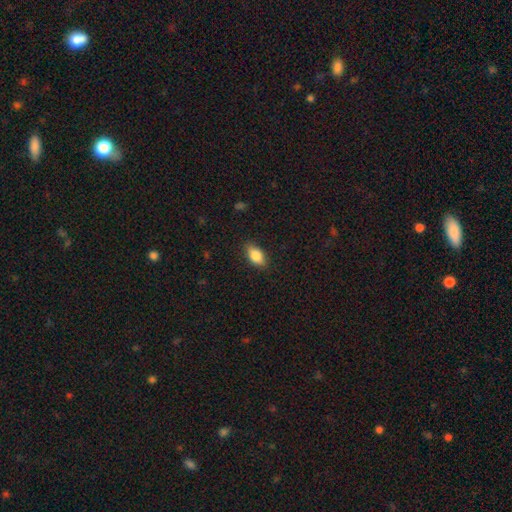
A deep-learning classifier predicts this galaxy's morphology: A smooth galaxy with no disk features (83%) that is in between round and cigar-shaped (88%). Merging: none (85%).